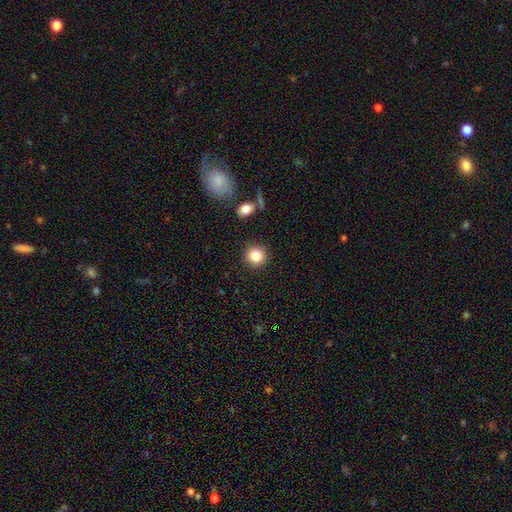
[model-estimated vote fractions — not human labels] smooth-or-featured: smooth: 83% | star or artifact: 10% | featured or disk: 7%
  how-rounded: round: 92% | in between: 7% | cigar-shaped: 1%
  merging: none: 90% | minor disturbance: 6% | major disturbance: 2% | merger: 2%